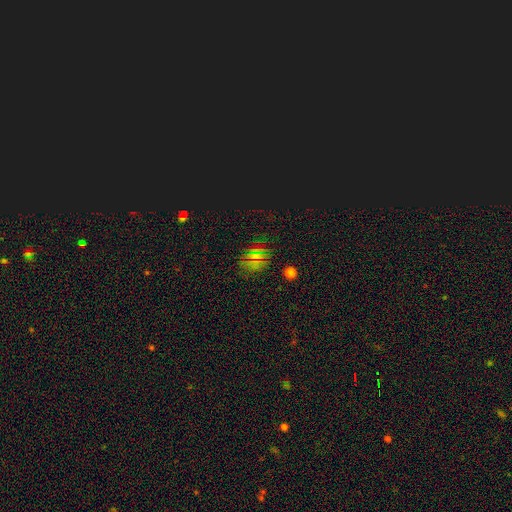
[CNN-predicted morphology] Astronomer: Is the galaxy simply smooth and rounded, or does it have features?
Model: star or artifact — 56% (runner-up: smooth, 34%).